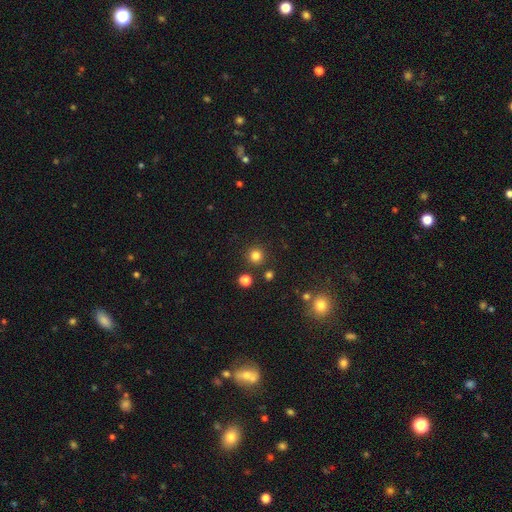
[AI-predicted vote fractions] Morphology: type=smooth (81%); roundness=round (94%); merging=none (88%).